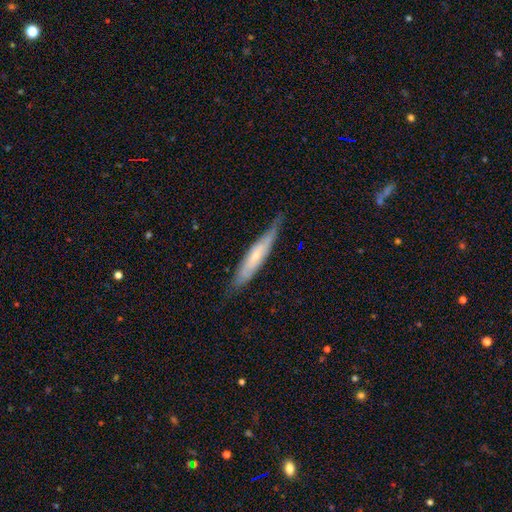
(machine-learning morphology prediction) Smooth or featured? Predicted: featured or disk (p=0.55). Edge-on disk? Predicted: yes (p=0.68). Merging? Predicted: none (p=0.68).